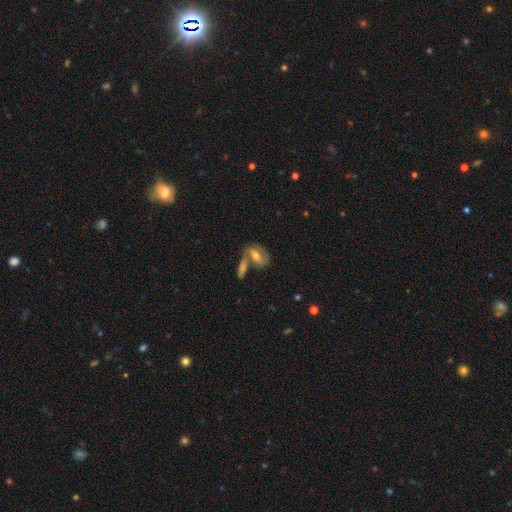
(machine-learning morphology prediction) Smooth or featured?
  - featured or disk: 48% *
  - smooth: 43%
  - star or artifact: 9%
Merging?
  - none: 46% *
  - merger: 34%
  - minor disturbance: 13%
  - major disturbance: 6%